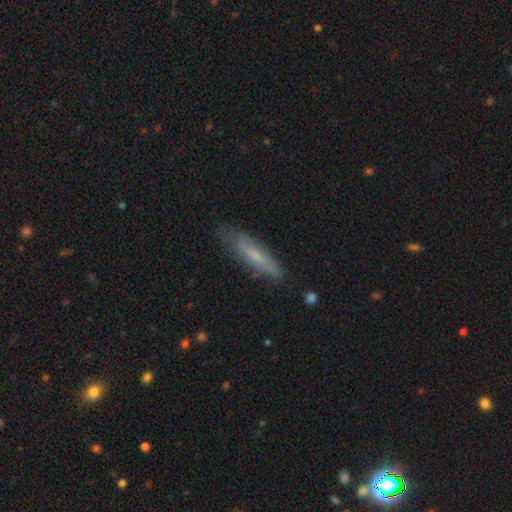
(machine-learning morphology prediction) Smooth or featured: smooth — 60% (featured or disk — 34%)
How rounded: cigar-shaped — 82% (in between — 17%)
Merging: none — 77% (minor disturbance — 18%)